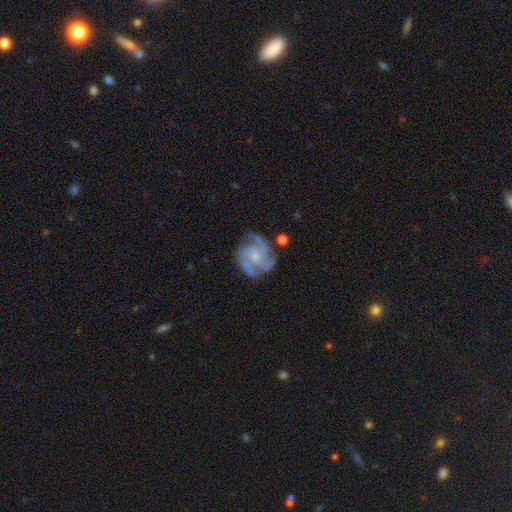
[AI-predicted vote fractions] The model was most divided on "spiral winding": tight: 46%, medium: 45%, loose: 9%. Remaining: edge-on disk — no (98%); spiral arms — yes (97%); smooth or featured — featured or disk (88%); bar — no (75%); merging — none (72%); bulge size — small (61%); spiral arm count — 3 (45%).